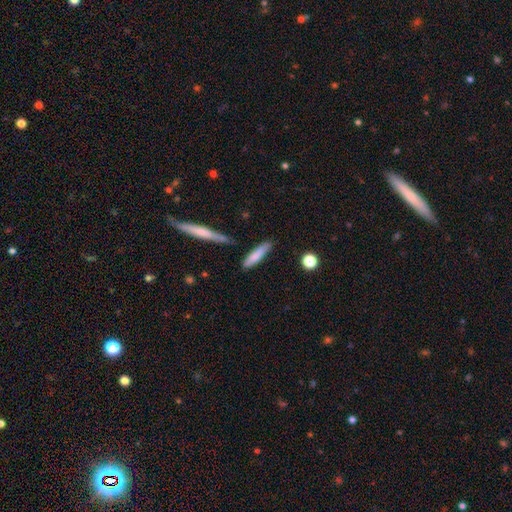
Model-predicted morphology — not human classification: Smooth or featured? smooth (76%)
How rounded? cigar-shaped (82%)
Merging? none (73%)